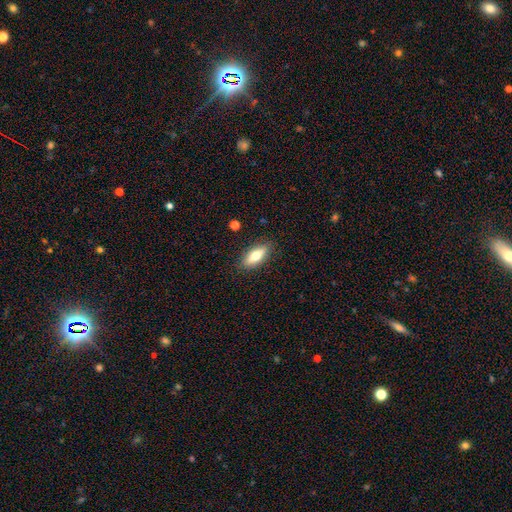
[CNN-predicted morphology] A smooth galaxy with no disk features (65%) that is in between round and cigar-shaped (72%). Merging: none (87%).